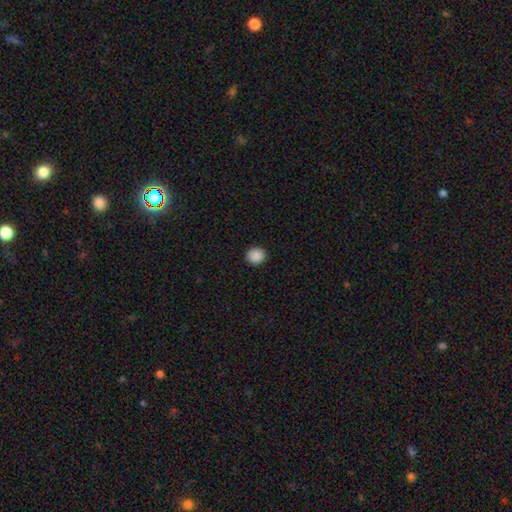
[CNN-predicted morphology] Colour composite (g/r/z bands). It shows a smooth galaxy with no disk features (89%) that is round (83%). Merging: none (92%).